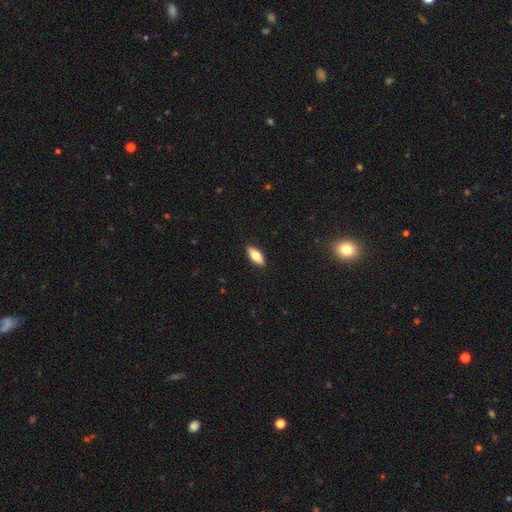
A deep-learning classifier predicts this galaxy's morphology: Smooth or featured: smooth — 68% (featured or disk — 25%)
How rounded: in between — 77% (cigar-shaped — 21%)
Merging: none — 90% (minor disturbance — 7%)